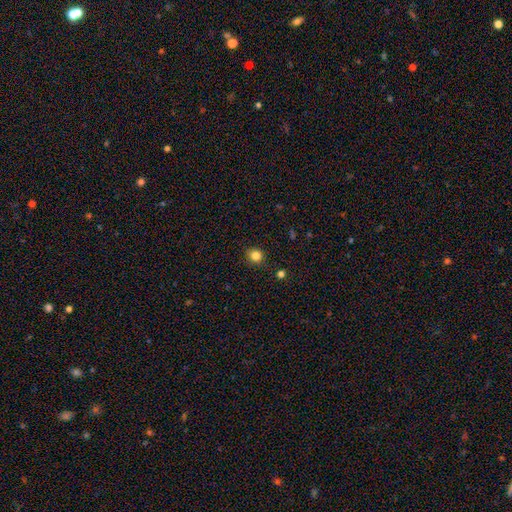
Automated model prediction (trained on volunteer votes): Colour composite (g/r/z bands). It shows a smooth galaxy with no disk features (83%) that is round (87%). Merging: none (88%).